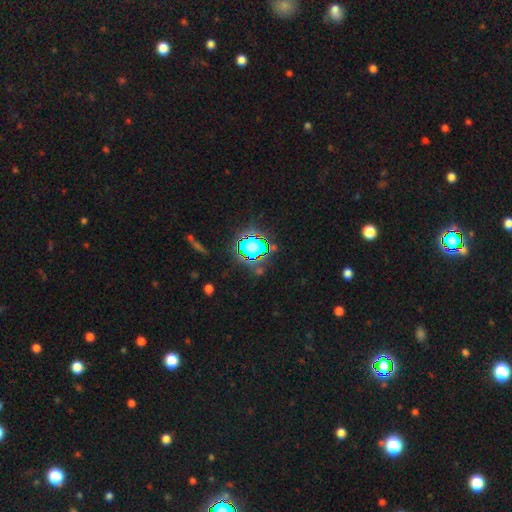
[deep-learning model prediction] A star or artifact, not a galaxy (69%).

Vote fractions:
- Smooth or featured? star or artifact: 69% / smooth: 20% / featured or disk: 11%